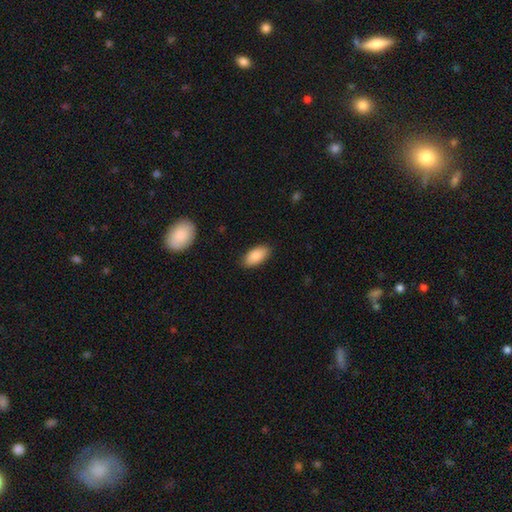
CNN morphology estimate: smooth-or-featured: smooth: 87% | featured or disk: 6% | star or artifact: 6%
  how-rounded: in between: 93% | cigar-shaped: 5% | round: 2%
  merging: none: 87% | minor disturbance: 10% | major disturbance: 2% | merger: 1%